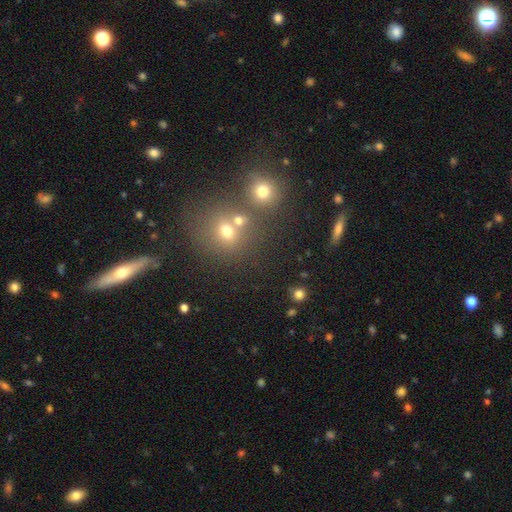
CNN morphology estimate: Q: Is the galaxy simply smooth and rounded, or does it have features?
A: smooth — 45%.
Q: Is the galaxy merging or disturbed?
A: none — 59%.